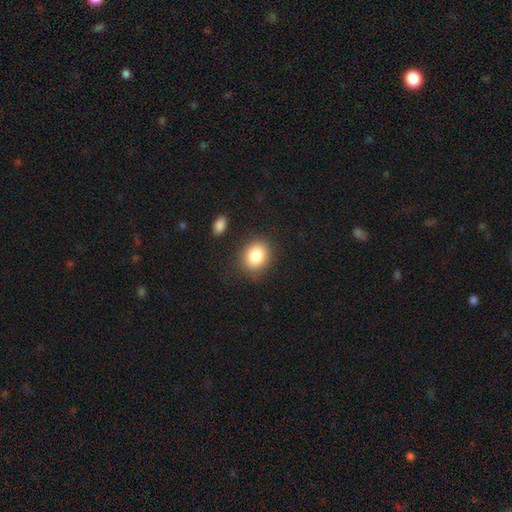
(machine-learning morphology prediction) The model was most divided on "how rounded": round: 59%, in between: 40%, cigar-shaped: 1%. More confident: merging — none (84%); smooth or featured — smooth (83%).